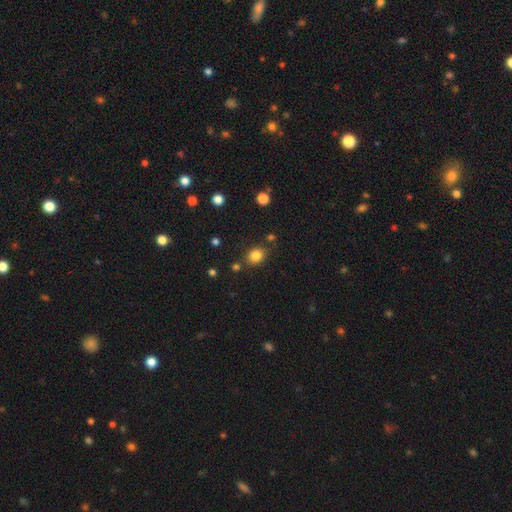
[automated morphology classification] Q: Smooth or featured?
A: smooth (83%); runner-up: star or artifact (12%)
Q: How rounded?
A: round (57%); runner-up: in between (42%)
Q: Merging?
A: none (78%); runner-up: minor disturbance (12%)